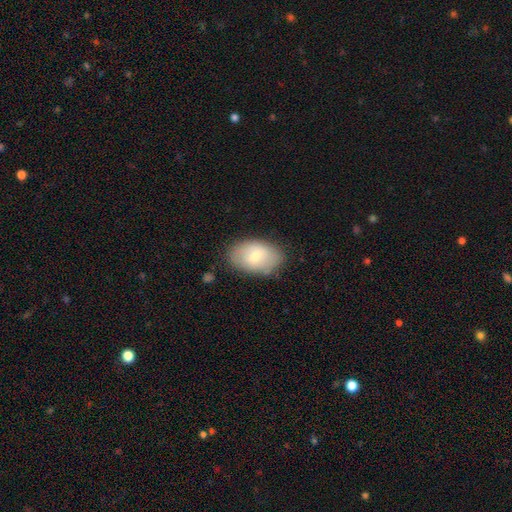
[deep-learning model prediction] smooth 69%, featured or disk 24%, star or artifact 7%. Down the decision tree: how rounded — in between (92%); merging — none (79%).